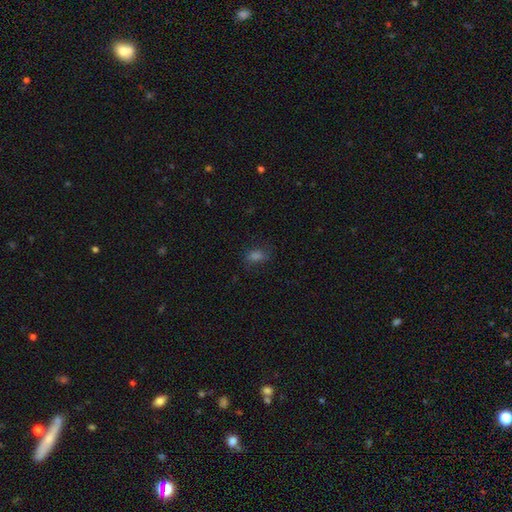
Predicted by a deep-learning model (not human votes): Smooth or featured: smooth — 60% (star or artifact — 27%)
How rounded: in between — 75% (round — 21%)
Merging: none — 72% (minor disturbance — 18%)